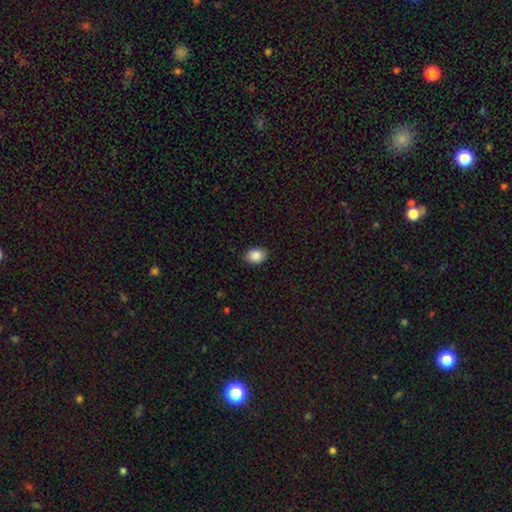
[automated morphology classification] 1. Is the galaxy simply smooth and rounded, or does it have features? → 88% smooth, 8% star or artifact, 4% featured or disk.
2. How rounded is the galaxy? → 72% in between, 27% round, 1% cigar-shaped.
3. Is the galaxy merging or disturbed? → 86% none, 11% minor disturbance, 2% major disturbance, 1% merger.